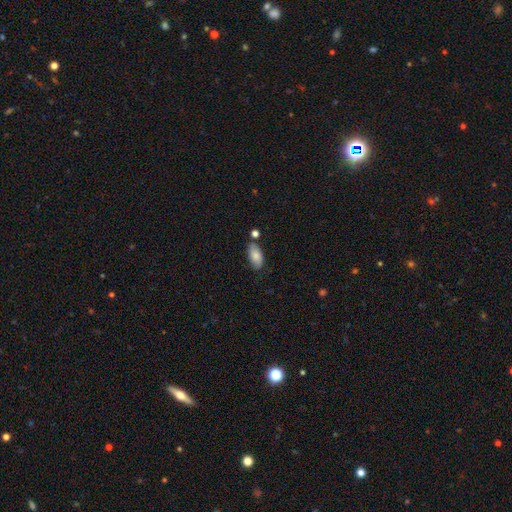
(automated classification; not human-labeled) This appears to be a smooth galaxy with no disk features (81%) that is in between round and cigar-shaped (92%). Merging: none (73%).